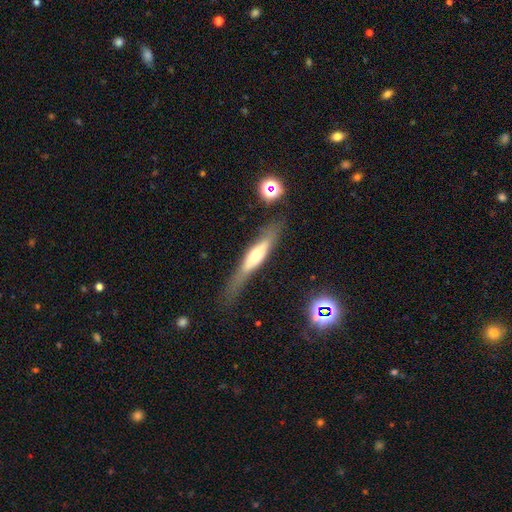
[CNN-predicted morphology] A featured or disk galaxy (53%) viewed edge-on (85%). Merging: none (71%).